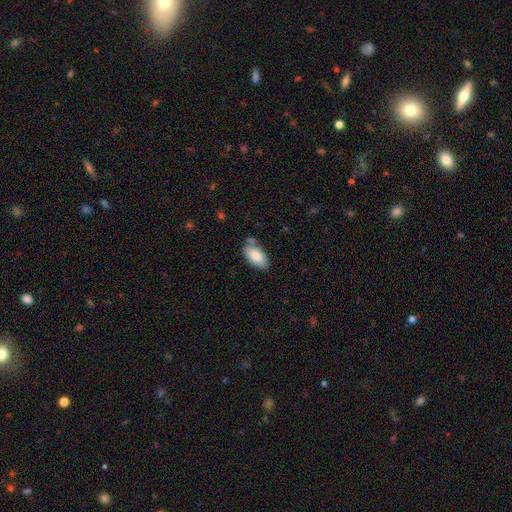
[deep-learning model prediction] This is clearly a smooth galaxy (83%). How rounded: clearly in between (94%). Merging: likely none (69%).